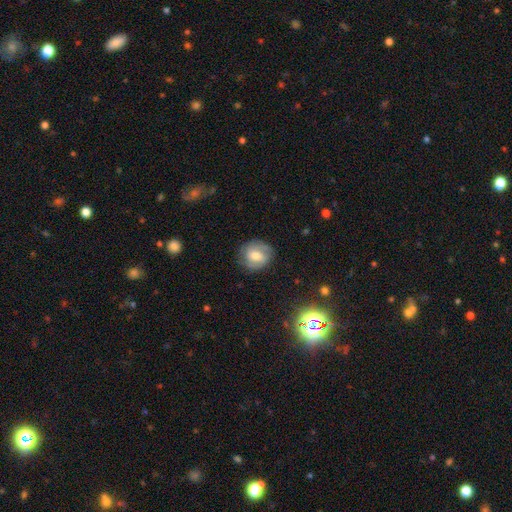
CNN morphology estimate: The model was most divided on "smooth or featured": smooth: 46%, featured or disk: 44%, star or artifact: 9%. More confident: merging — none (77%).